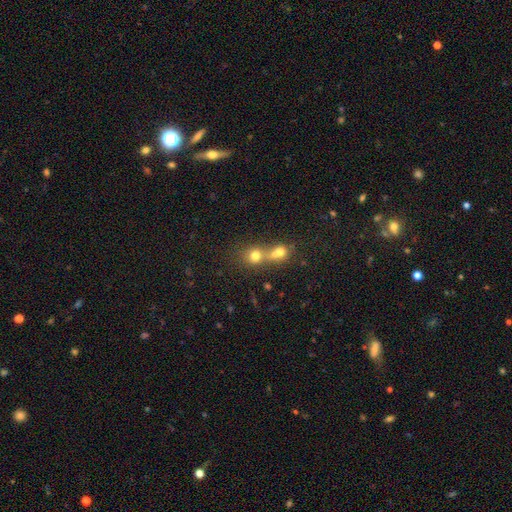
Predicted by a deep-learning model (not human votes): smooth_or_featured: smooth (p=0.70) [alt: star or artifact p=0.15]
how_rounded: round (p=0.77) [alt: in between p=0.22]
merging: merger (p=0.60) [alt: none p=0.31]